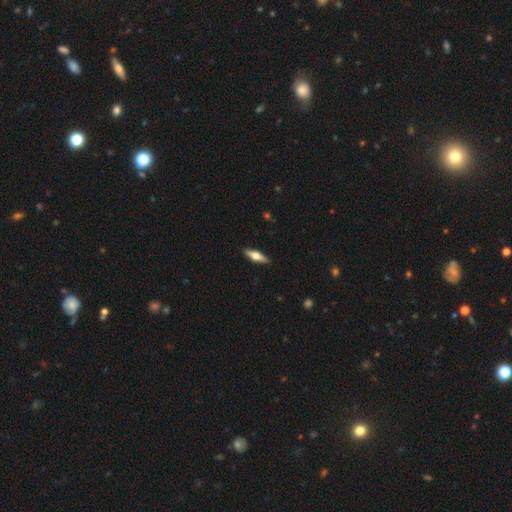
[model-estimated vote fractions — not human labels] Smooth or featured: featured or disk — 48% (smooth — 46%)
Merging: none — 90% (minor disturbance — 7%)